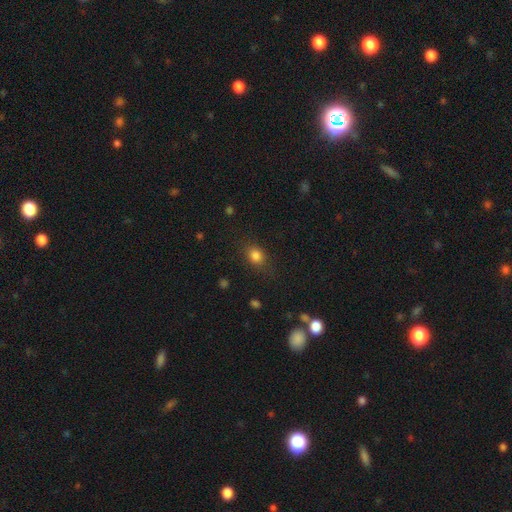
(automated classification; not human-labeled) Smooth or featured? Predicted: smooth (p=0.81). How rounded? Predicted: in between (p=0.49, tied with round). Merging? Predicted: none (p=0.78).